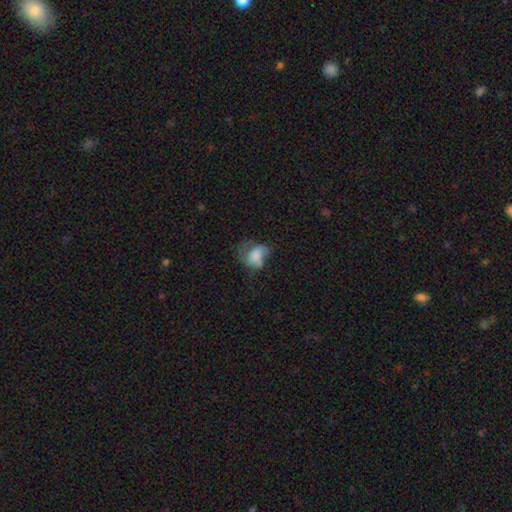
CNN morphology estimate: smooth 65%, featured or disk 25%, star or artifact 10%. Down the decision tree: how rounded — in between (71%); merging — major disturbance (44%).